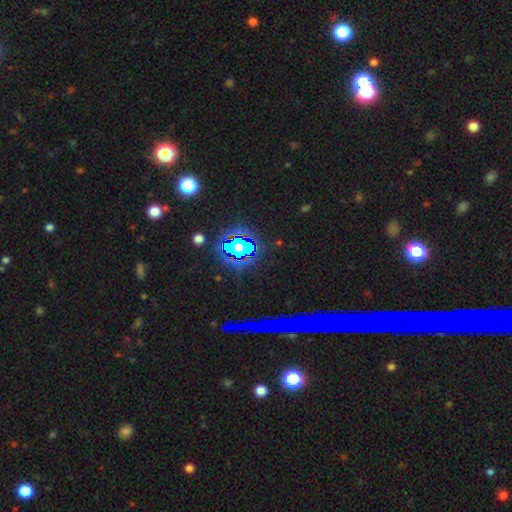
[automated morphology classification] smooth_or_featured: star or artifact (p=0.75) [alt: featured or disk p=0.13]